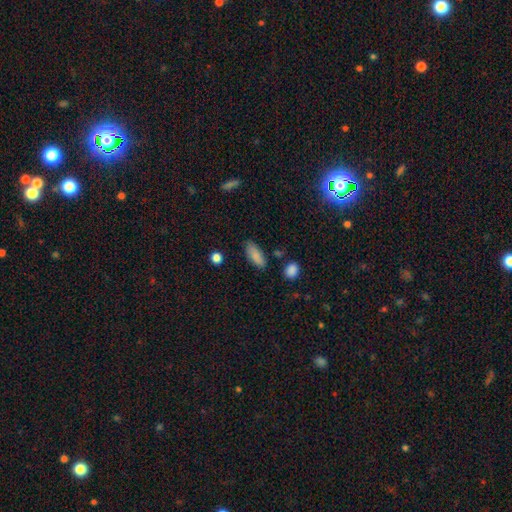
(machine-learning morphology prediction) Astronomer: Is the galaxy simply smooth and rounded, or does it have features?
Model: smooth — 86%.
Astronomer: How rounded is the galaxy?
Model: in between — 81%.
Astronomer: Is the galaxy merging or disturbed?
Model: none — 79%.